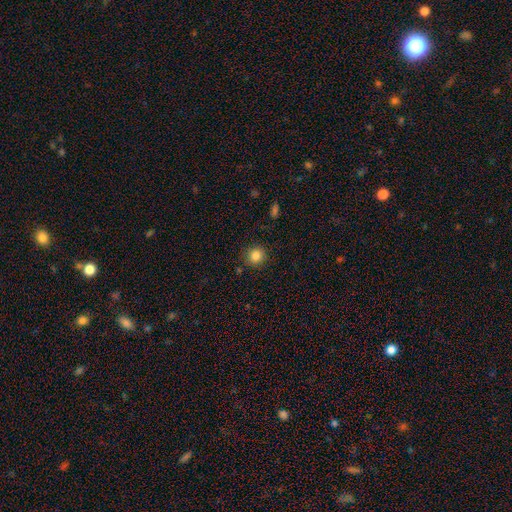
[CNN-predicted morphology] A smooth galaxy with no disk features (84%) that is round (90%). Merging: none (88%).